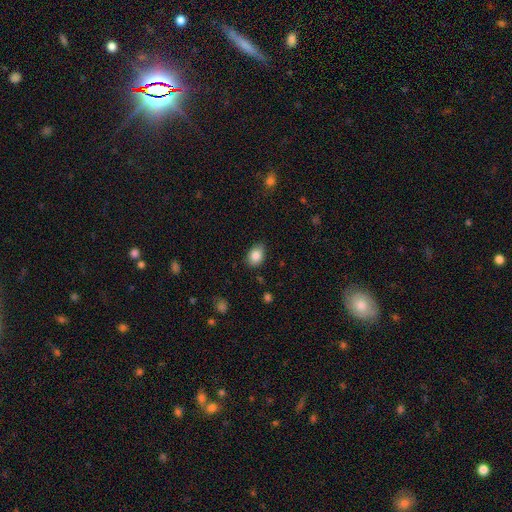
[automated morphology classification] smooth_or_featured: smooth (p=0.85) [alt: star or artifact p=0.08]
how_rounded: in between (p=0.74) [alt: round p=0.25]
merging: none (p=0.79) [alt: minor disturbance p=0.17]